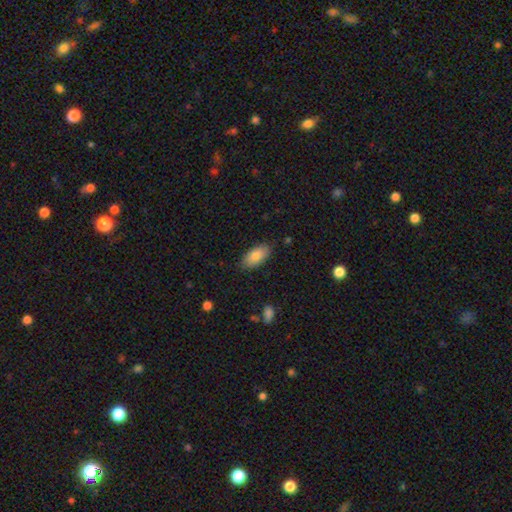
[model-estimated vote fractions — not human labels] The model was most divided on "smooth or featured": smooth: 81%, featured or disk: 12%, star or artifact: 6%. More confident: how rounded — in between (92%); merging — none (83%).